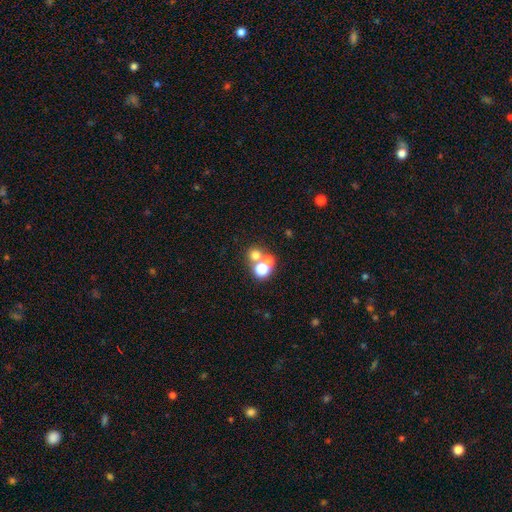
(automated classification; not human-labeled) Smooth or featured? smooth (63%)
How rounded? round (87%)
Merging? none (47%)